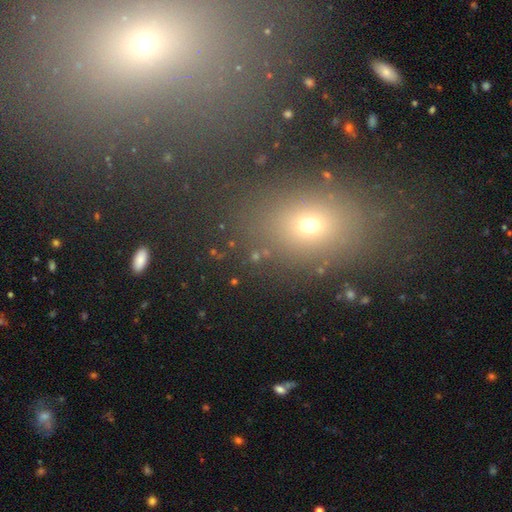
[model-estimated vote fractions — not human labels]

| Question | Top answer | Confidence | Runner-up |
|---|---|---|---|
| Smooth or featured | smooth | 52% | star or artifact (34%) |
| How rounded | in between | 62% | round (35%) |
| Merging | none | 81% | minor disturbance (9%) |